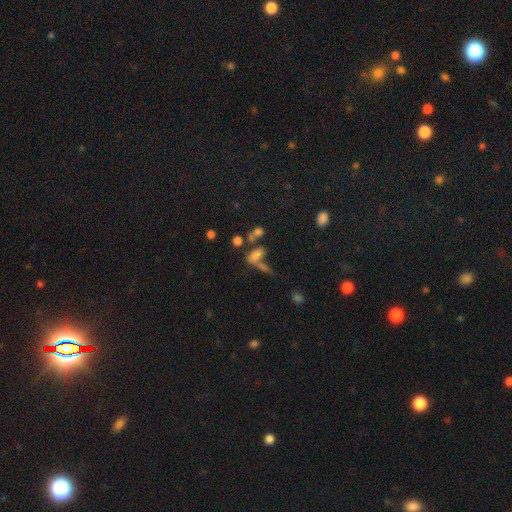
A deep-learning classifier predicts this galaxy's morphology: Q: Smooth or featured?
A: smooth (65%); runner-up: star or artifact (18%)
Q: How rounded?
A: in between (78%); runner-up: round (13%)
Q: Merging?
A: merger (42%); runner-up: none (32%)